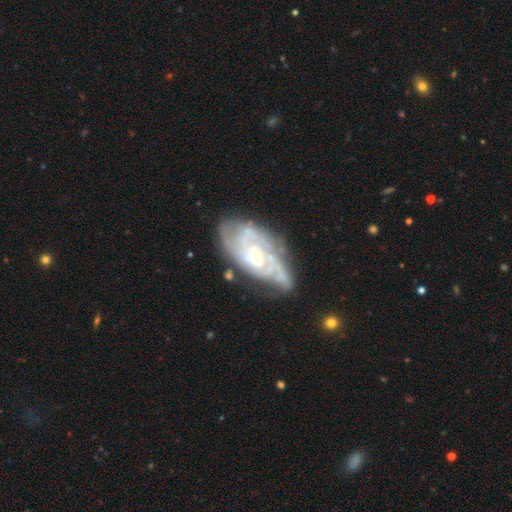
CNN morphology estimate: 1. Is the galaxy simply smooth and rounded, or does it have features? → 86% featured or disk, 8% smooth, 6% star or artifact.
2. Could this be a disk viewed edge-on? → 95% no, 5% yes.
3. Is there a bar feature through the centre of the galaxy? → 59% no, 34% weak, 8% strong.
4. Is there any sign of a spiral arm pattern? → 95% yes, 5% no.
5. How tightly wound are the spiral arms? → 63% tight, 31% medium, 6% loose.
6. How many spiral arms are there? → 29% can't tell, 26% 2, 24% 3, 12% 4, 5% more than 4, 5% 1.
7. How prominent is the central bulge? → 61% small, 33% moderate, 3% none, 2% large, 1% dominant.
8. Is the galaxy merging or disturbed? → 63% none, 24% minor disturbance, 10% major disturbance, 3% merger.